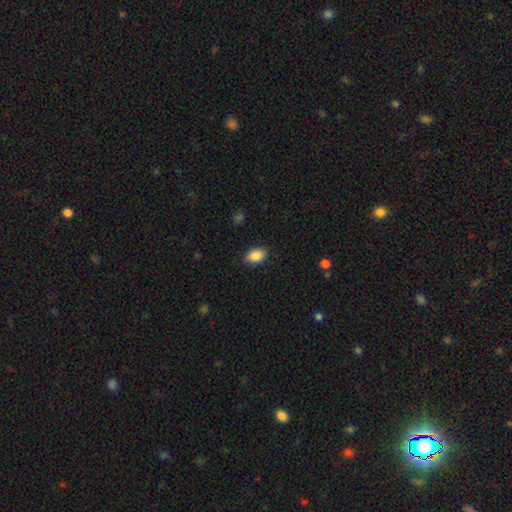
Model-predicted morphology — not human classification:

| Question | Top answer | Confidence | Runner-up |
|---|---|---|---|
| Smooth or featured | smooth | 89% | star or artifact (7%) |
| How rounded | in between | 90% | round (9%) |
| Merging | none | 88% | minor disturbance (9%) |